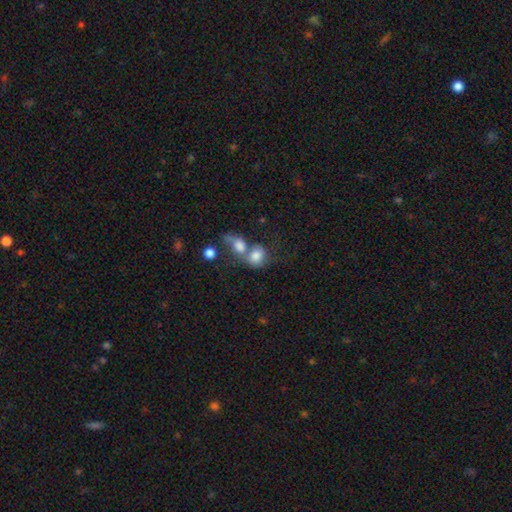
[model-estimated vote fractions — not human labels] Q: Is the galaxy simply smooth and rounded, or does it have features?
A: smooth — 76%.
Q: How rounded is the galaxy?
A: round — 56%.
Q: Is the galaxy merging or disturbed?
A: merger — 64%.